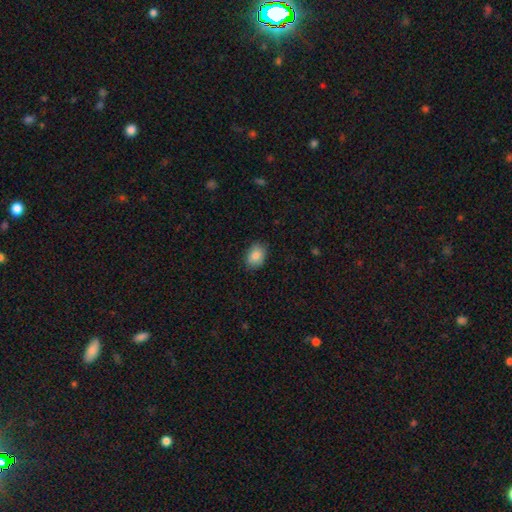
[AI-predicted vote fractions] Morphology: type=smooth (87%); roundness=in between (74%); merging=none (83%).